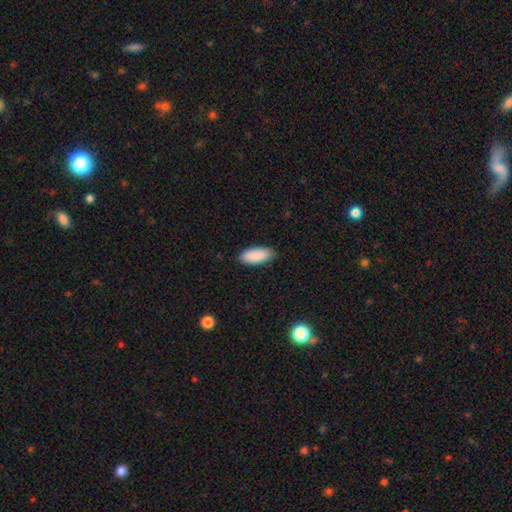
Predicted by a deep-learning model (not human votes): This is clearly a smooth galaxy (90%). How rounded: clearly in between (86%). Merging: clearly none (86%).